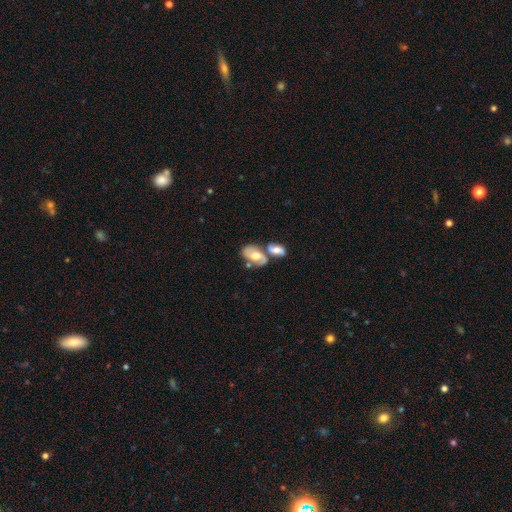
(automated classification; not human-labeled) Q: Smooth or featured?
A: featured or disk (52%); runner-up: smooth (41%)
Q: Edge-on disk?
A: no (94%); runner-up: yes (6%)
Q: Merging?
A: merger (46%); runner-up: none (33%)